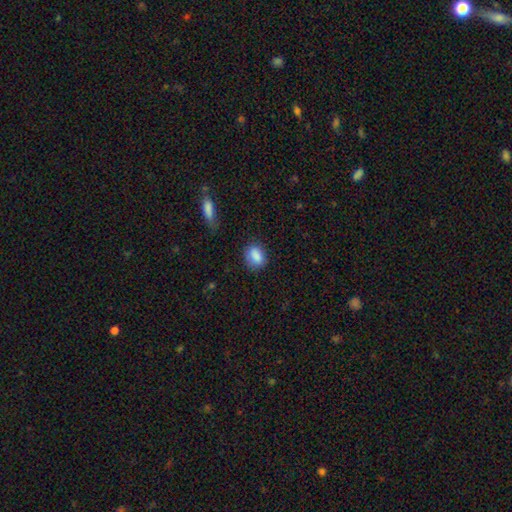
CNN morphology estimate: Smooth or featured?
  - smooth: 86% *
  - star or artifact: 8%
  - featured or disk: 6%
How rounded?
  - in between: 70% *
  - round: 28%
  - cigar-shaped: 2%
Merging?
  - none: 73% *
  - minor disturbance: 20%
  - major disturbance: 5%
  - merger: 2%